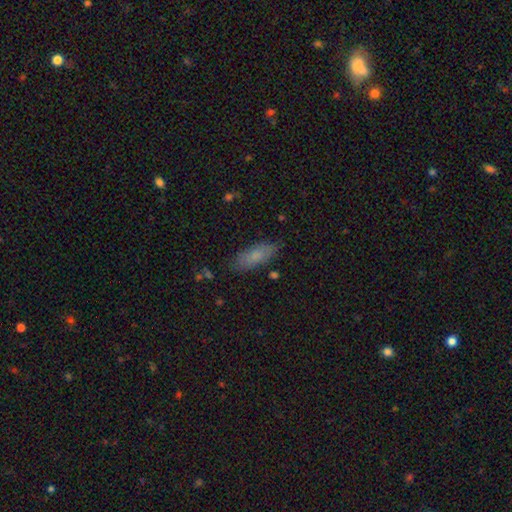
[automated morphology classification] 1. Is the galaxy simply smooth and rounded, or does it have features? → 79% smooth, 13% featured or disk, 7% star or artifact.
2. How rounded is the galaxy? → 65% in between, 33% cigar-shaped, 2% round.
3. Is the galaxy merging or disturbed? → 82% none, 13% minor disturbance, 3% major disturbance, 2% merger.